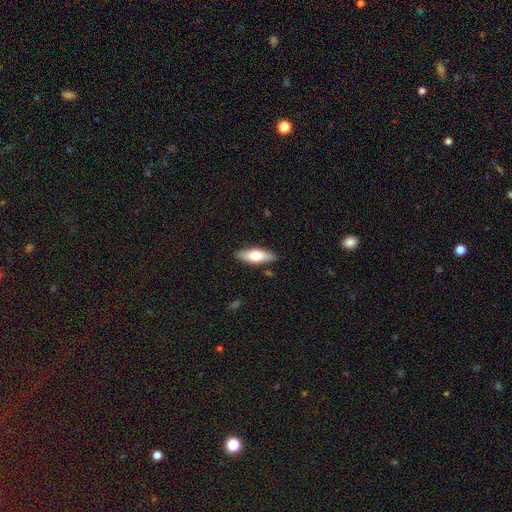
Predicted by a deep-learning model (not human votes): Smooth or featured: smooth — 64% (featured or disk — 30%)
How rounded: in between — 60% (cigar-shaped — 38%)
Merging: none — 86% (minor disturbance — 10%)